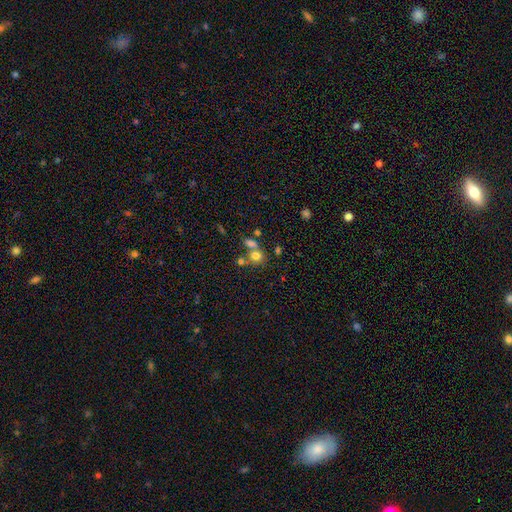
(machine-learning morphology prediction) Q: Smooth or featured?
A: smooth (73%); runner-up: star or artifact (15%)
Q: How rounded?
A: round (73%); runner-up: in between (26%)
Q: Merging?
A: none (47%); runner-up: merger (38%)